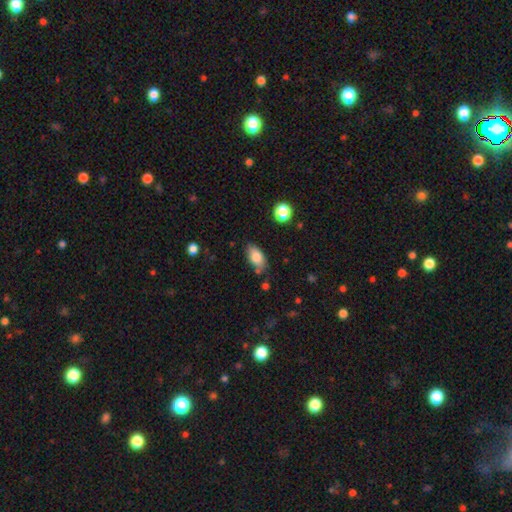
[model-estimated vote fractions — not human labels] smooth_or_featured: smooth (p=0.81) [alt: featured or disk p=0.11]
how_rounded: in between (p=0.90) [alt: round p=0.05]
merging: none (p=0.70) [alt: minor disturbance p=0.20]